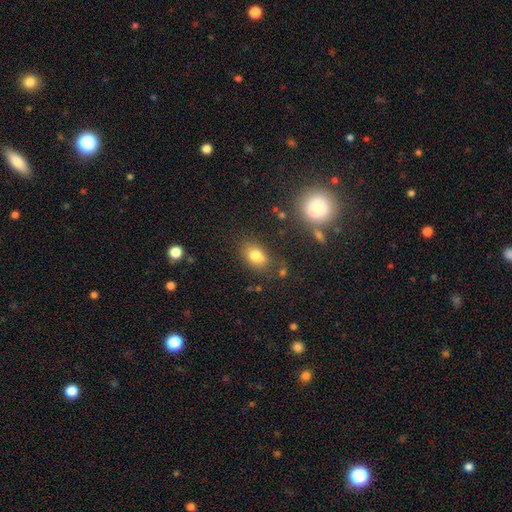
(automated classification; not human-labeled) smooth_or_featured: smooth (p=0.77) [alt: star or artifact p=0.12]
how_rounded: in between (p=0.79) [alt: round p=0.19]
merging: none (p=0.74) [alt: minor disturbance p=0.15]